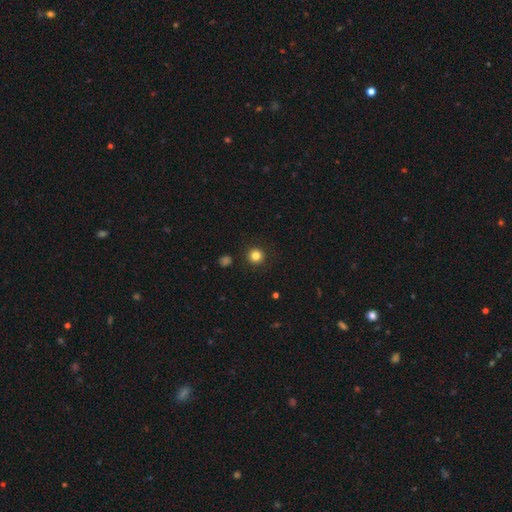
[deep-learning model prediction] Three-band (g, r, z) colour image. It shows a smooth galaxy with no disk features (83%) that is round (95%). Merging: none (92%).